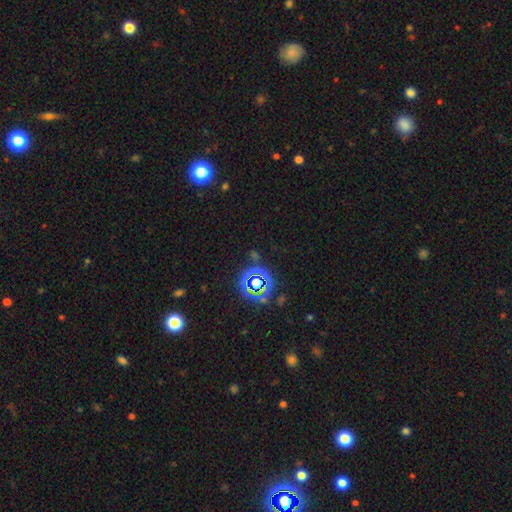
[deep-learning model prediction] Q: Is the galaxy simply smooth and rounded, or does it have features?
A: star or artifact — 74%.